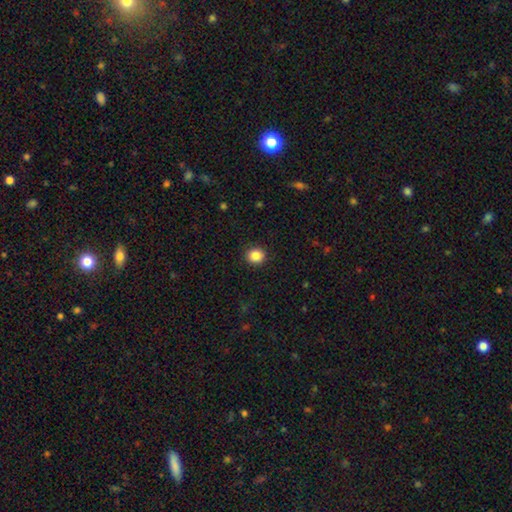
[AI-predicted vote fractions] smooth 86%, star or artifact 10%, featured or disk 4%. Down the decision tree: how rounded — round (86%); merging — none (91%).